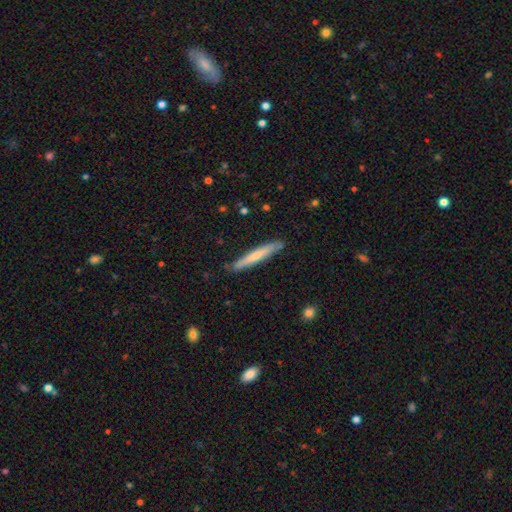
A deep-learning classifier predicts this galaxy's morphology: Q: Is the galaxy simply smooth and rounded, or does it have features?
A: smooth — 55%.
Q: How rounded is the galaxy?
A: cigar-shaped — 95%.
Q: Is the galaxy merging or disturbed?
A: none — 89%.